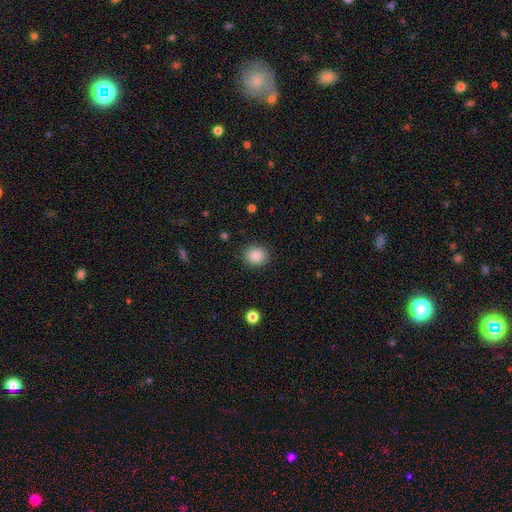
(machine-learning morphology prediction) smooth-or-featured: smooth: 87% | star or artifact: 9% | featured or disk: 4%
  how-rounded: round: 81% | in between: 18% | cigar-shaped: 1%
  merging: none: 90% | minor disturbance: 7% | major disturbance: 2% | merger: 1%